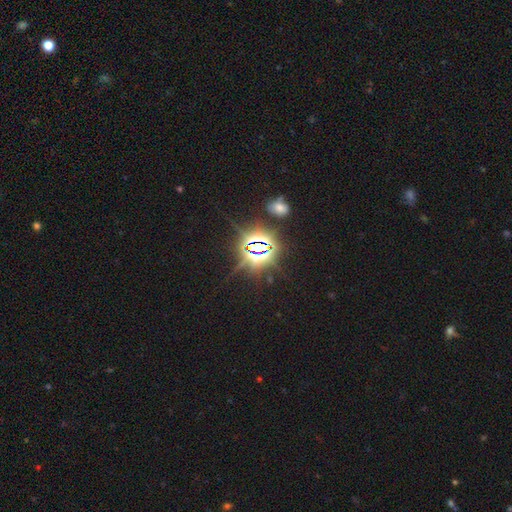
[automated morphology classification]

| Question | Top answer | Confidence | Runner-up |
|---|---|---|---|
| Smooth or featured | star or artifact | 84% | smooth (8%) |